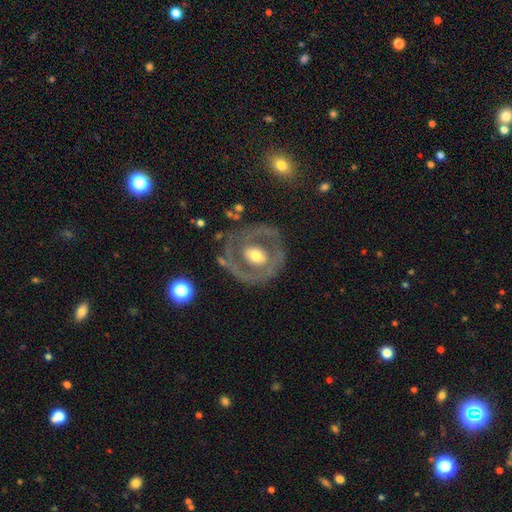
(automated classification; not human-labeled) featured or disk 69%, smooth 25%, star or artifact 5%. Down the decision tree: edge-on disk — no (96%); bar — no (59%); spiral arms — no (62%); bulge size — moderate (68%); merging — none (71%).